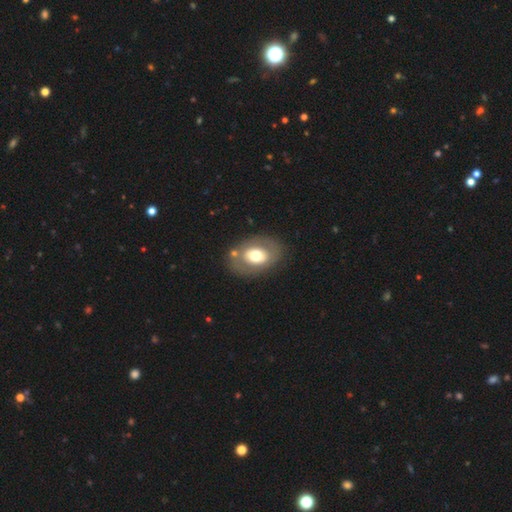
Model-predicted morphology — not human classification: Smooth or featured?
  - smooth: 55% *
  - featured or disk: 38%
  - star or artifact: 7%
How rounded?
  - in between: 74% *
  - round: 25%
  - cigar-shaped: 1%
Merging?
  - none: 78% *
  - minor disturbance: 12%
  - major disturbance: 5%
  - merger: 5%